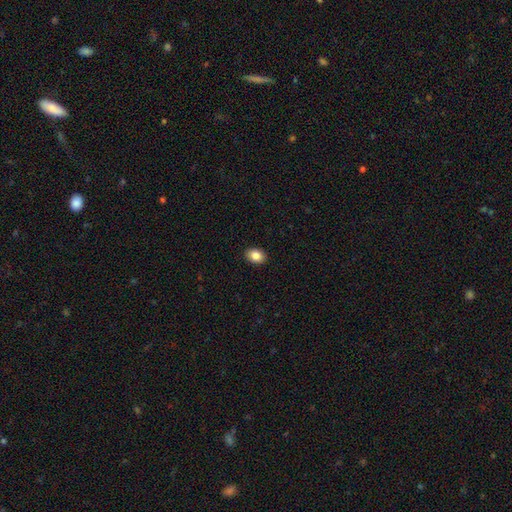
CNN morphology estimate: Smooth or featured? Predicted: smooth (p=0.86). How rounded? Predicted: in between (p=0.76). Merging? Predicted: none (p=0.91).